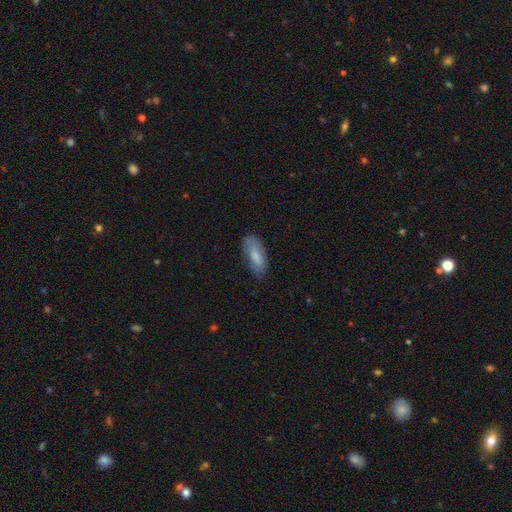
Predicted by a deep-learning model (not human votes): Smooth or featured? Predicted: smooth (p=0.75). How rounded? Predicted: in between (p=0.77). Merging? Predicted: none (p=0.72).